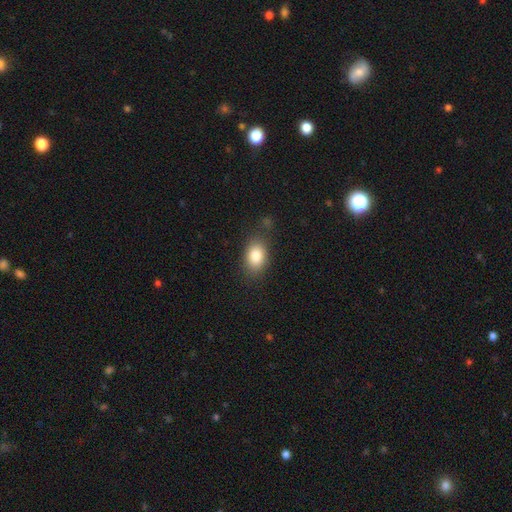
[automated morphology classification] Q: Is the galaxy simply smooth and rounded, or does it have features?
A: smooth — 83%.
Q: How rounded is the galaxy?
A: in between — 80%.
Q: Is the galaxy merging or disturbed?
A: none — 77%.